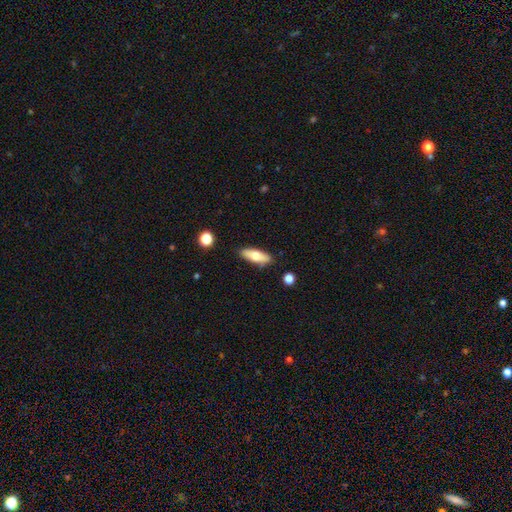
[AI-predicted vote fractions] This appears to be a smooth galaxy with no disk features (70%) that is in between round and cigar-shaped (63%). Merging: none (84%).